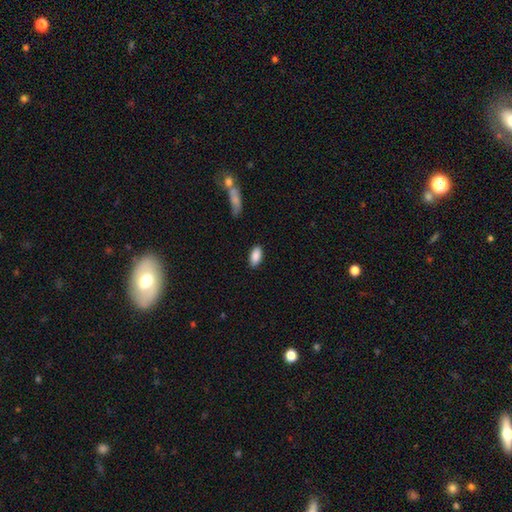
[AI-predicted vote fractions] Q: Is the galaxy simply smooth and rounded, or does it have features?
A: smooth — 89%.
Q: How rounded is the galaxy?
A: in between — 91%.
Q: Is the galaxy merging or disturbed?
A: none — 86%.